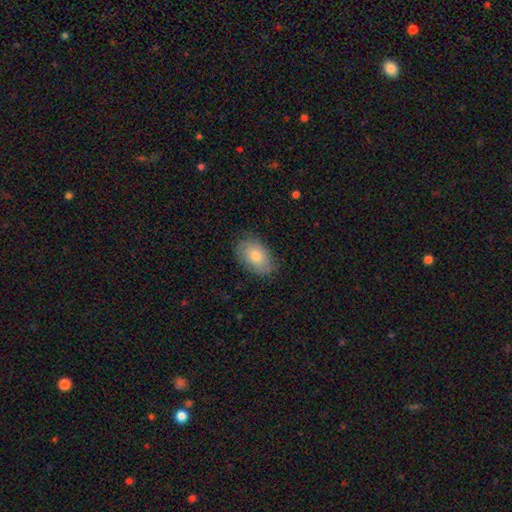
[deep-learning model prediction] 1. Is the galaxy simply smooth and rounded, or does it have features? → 70% smooth, 23% featured or disk, 7% star or artifact.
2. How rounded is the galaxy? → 89% in between, 9% round, 1% cigar-shaped.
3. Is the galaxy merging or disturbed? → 79% none, 16% minor disturbance, 4% major disturbance, 1% merger.